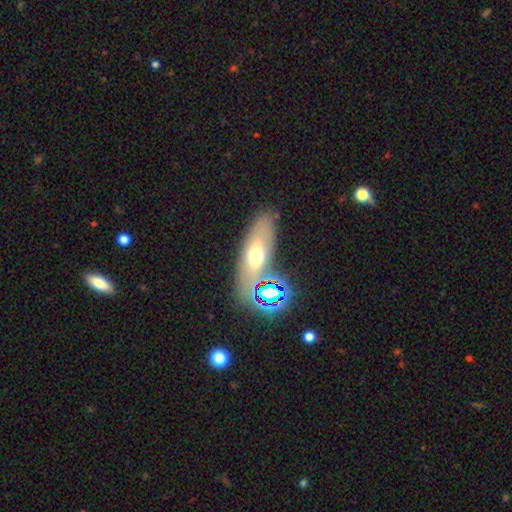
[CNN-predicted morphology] Q: Smooth or featured?
A: smooth (52%); runner-up: featured or disk (31%)
Q: How rounded?
A: in between (62%); runner-up: cigar-shaped (31%)
Q: Merging?
A: none (77%); runner-up: minor disturbance (12%)